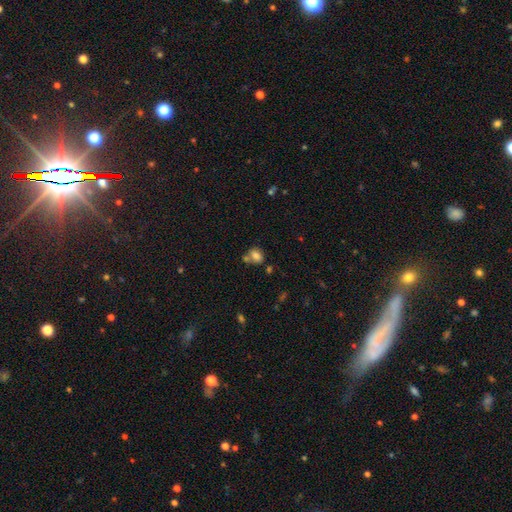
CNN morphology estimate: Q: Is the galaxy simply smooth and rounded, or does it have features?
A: smooth — 77%.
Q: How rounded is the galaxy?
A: in between — 63%.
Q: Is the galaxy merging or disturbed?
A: none — 47%.